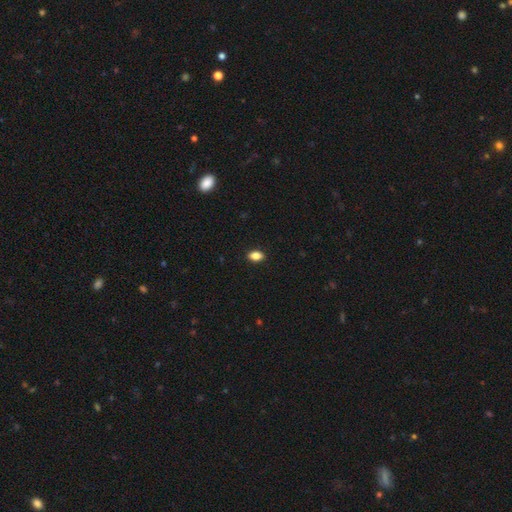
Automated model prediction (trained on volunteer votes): A smooth galaxy with no disk features (84%) that is in between round and cigar-shaped (83%).

Vote fractions:
- Smooth or featured? smooth: 84% / star or artifact: 10% / featured or disk: 6%
- How rounded? in between: 83% / round: 14% / cigar-shaped: 3%
- Merging? none: 90% / minor disturbance: 8% / major disturbance: 2% / merger: 1%